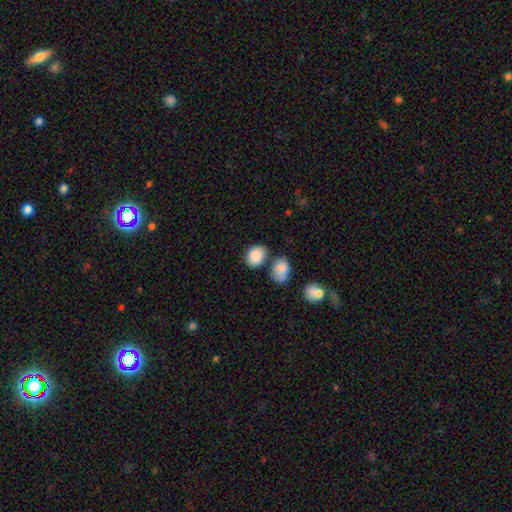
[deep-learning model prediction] Smooth or featured: smooth — 87% (star or artifact — 8%)
How rounded: in between — 58% (round — 41%)
Merging: none — 61% (minor disturbance — 18%)